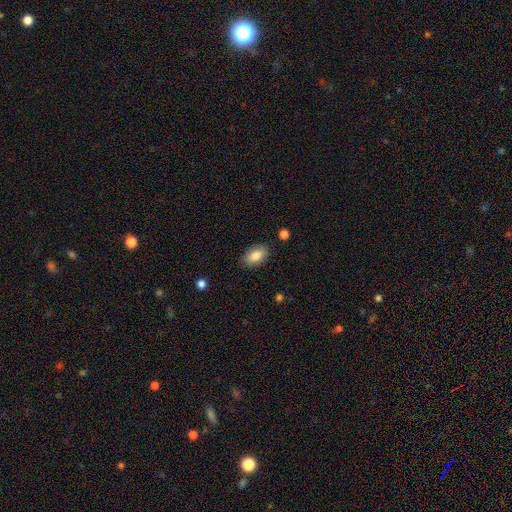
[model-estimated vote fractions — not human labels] smooth 83%, featured or disk 10%, star or artifact 7%. Down the decision tree: how rounded — in between (92%); merging — none (86%).